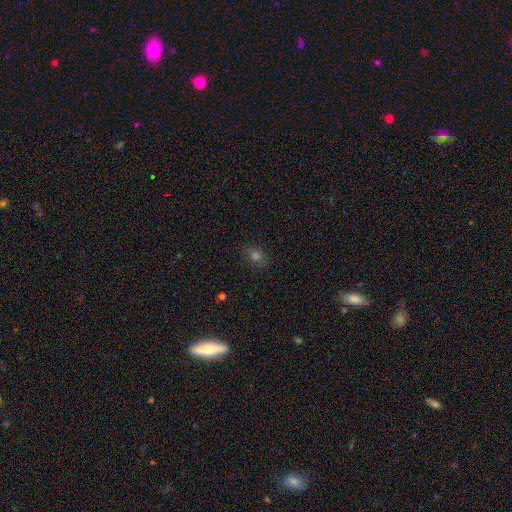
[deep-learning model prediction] The model was most divided on "how rounded": in between: 54%, round: 44%, cigar-shaped: 2%. More confident: merging — none (84%); smooth or featured — smooth (67%).